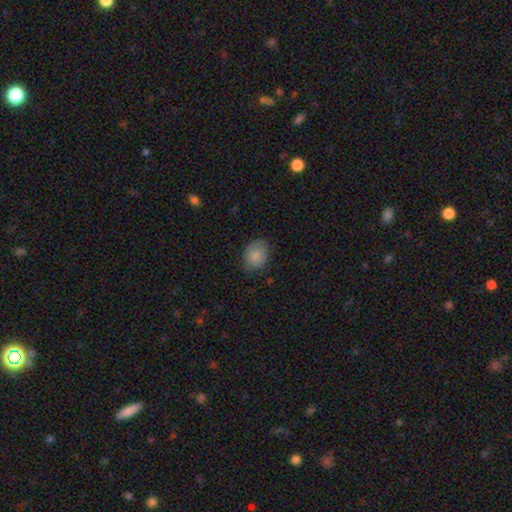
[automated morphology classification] Smooth or featured: smooth — 85% (star or artifact — 8%)
How rounded: round — 60% (in between — 39%)
Merging: none — 74% (minor disturbance — 20%)